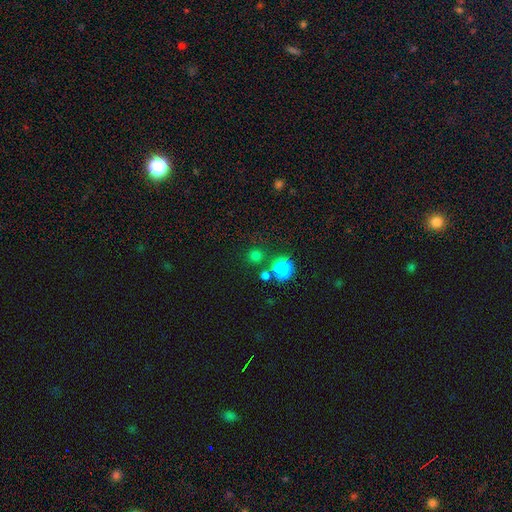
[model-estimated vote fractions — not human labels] Smooth or featured?
  - smooth: 71% *
  - star or artifact: 24%
  - featured or disk: 5%
How rounded?
  - round: 93% *
  - in between: 6%
  - cigar-shaped: 1%
Merging?
  - none: 81% *
  - merger: 9%
  - minor disturbance: 7%
  - major disturbance: 3%